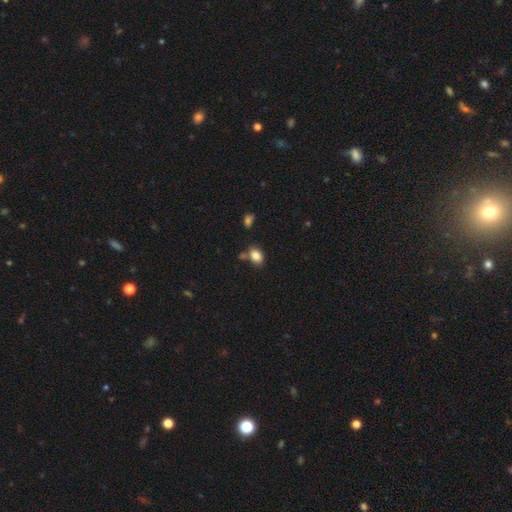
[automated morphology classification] This appears to be a smooth galaxy with no disk features (84%) that is in between round and cigar-shaped (75%). Merging: none (67%).